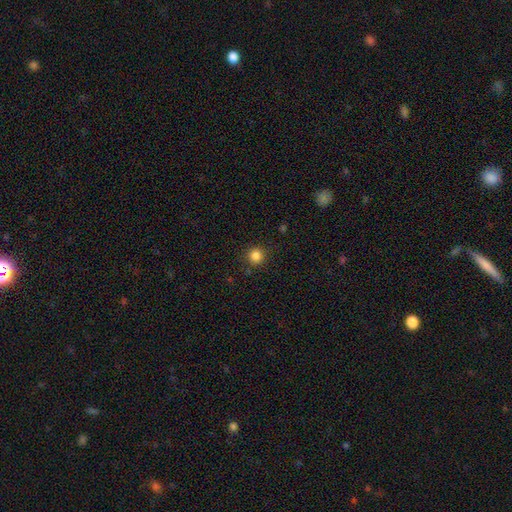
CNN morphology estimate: Smooth or featured? smooth (84%)
How rounded? round (94%)
Merging? none (89%)